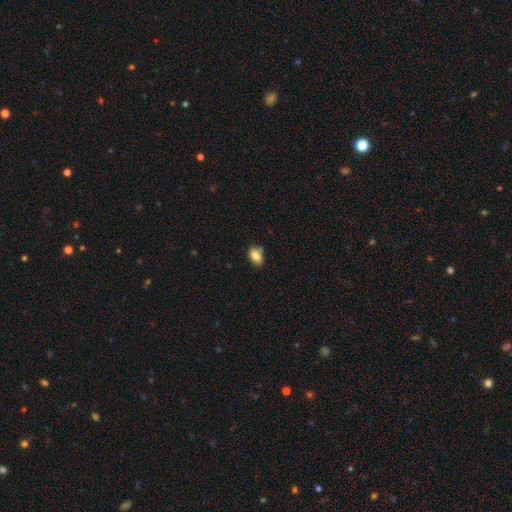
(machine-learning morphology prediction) The model was most divided on "merging": none: 67%, minor disturbance: 18%, merger: 11%, major disturbance: 4%. More confident: how rounded — in between (89%); smooth or featured — smooth (83%).